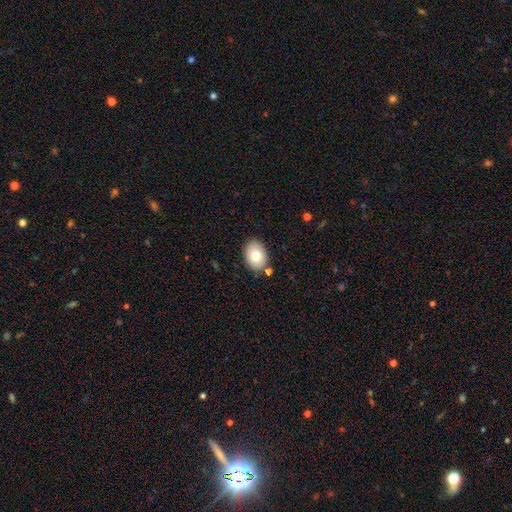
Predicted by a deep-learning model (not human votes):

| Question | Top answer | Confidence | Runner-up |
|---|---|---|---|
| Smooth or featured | smooth | 76% | featured or disk (17%) |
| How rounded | in between | 77% | round (22%) |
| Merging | none | 83% | minor disturbance (11%) |